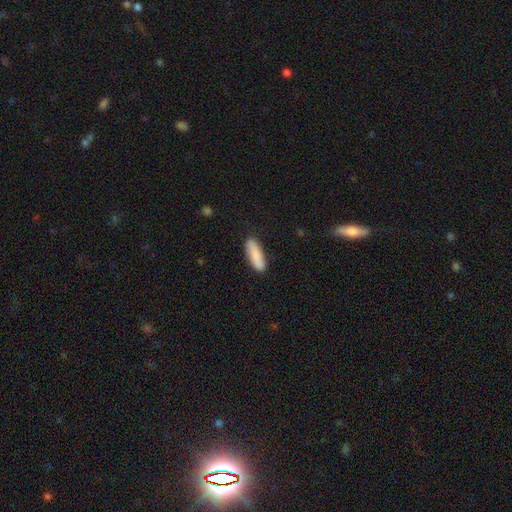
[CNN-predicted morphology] Overall: smooth (81%). How rounded: cigar-shaped (54%; in between 44%). Merging: none (85%).